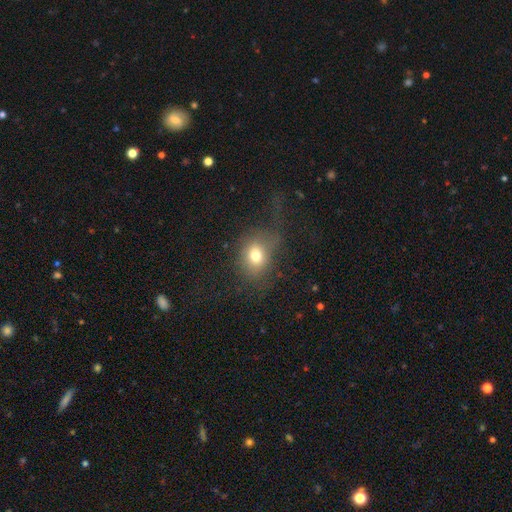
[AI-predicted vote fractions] The model was most divided on "how rounded": round: 52%, in between: 46%, cigar-shaped: 1%. More confident: smooth or featured — smooth (73%); merging — none (51%).